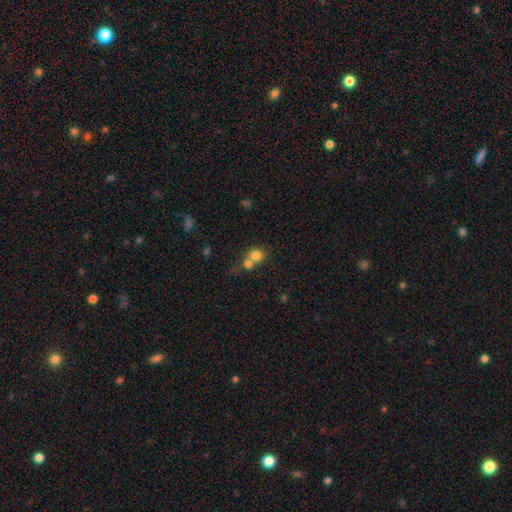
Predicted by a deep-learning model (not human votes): Smooth or featured? smooth (77%)
How rounded? round (81%)
Merging? merger (58%)